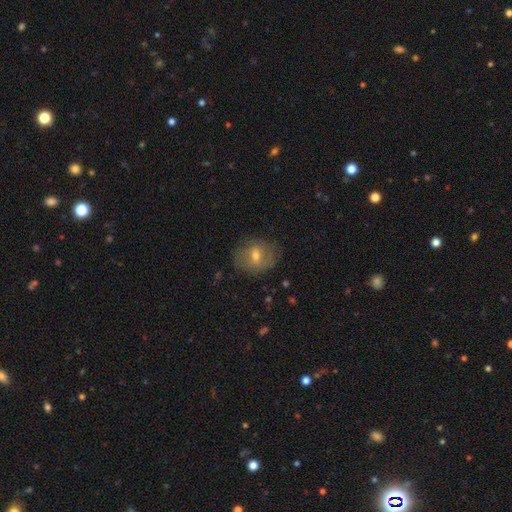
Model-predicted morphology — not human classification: smooth_or_featured: smooth (p=0.55) [alt: featured or disk p=0.36]
how_rounded: round (p=0.59) [alt: in between p=0.39]
merging: none (p=0.75) [alt: minor disturbance p=0.17]